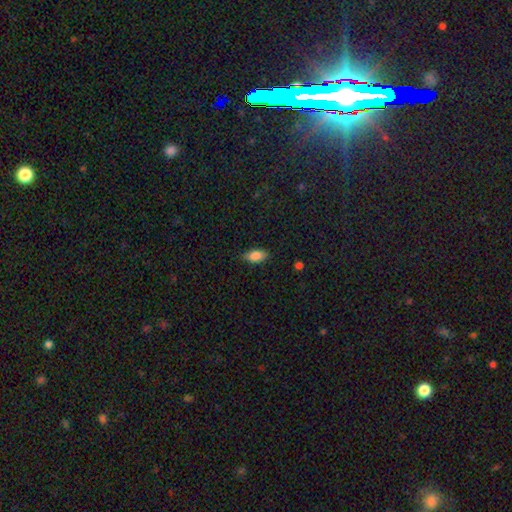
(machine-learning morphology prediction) Smooth or featured?
  - smooth: 86% *
  - star or artifact: 8%
  - featured or disk: 6%
How rounded?
  - in between: 90% *
  - cigar-shaped: 6%
  - round: 4%
Merging?
  - none: 82% *
  - minor disturbance: 15%
  - major disturbance: 3%
  - merger: 1%